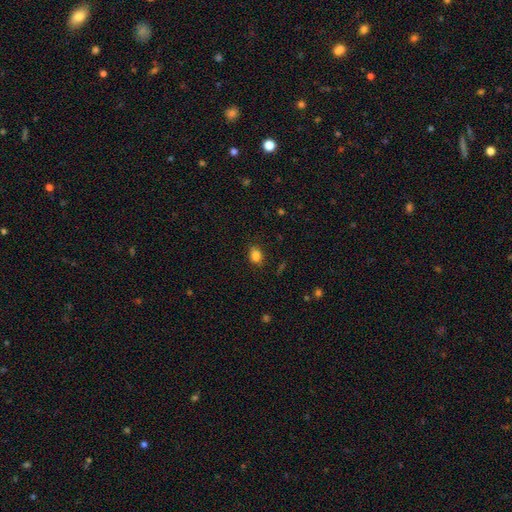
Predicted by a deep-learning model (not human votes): smooth-or-featured: smooth: 85% | star or artifact: 11% | featured or disk: 5%
  how-rounded: in between: 64% | round: 34% | cigar-shaped: 1%
  merging: none: 83% | minor disturbance: 13% | major disturbance: 3% | merger: 1%